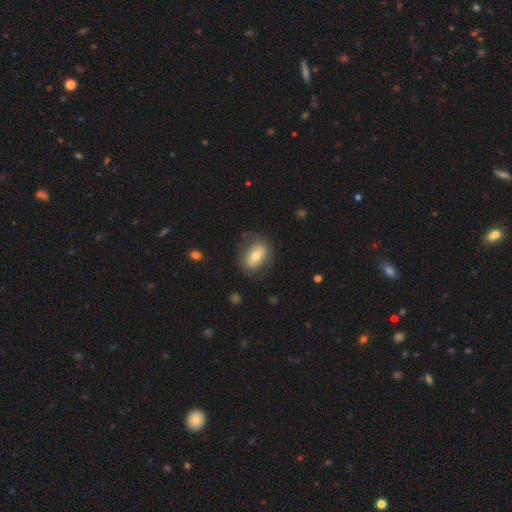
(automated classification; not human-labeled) This is likely a smooth galaxy (64%). How rounded: likely in between (78%). Merging: likely none (75%).